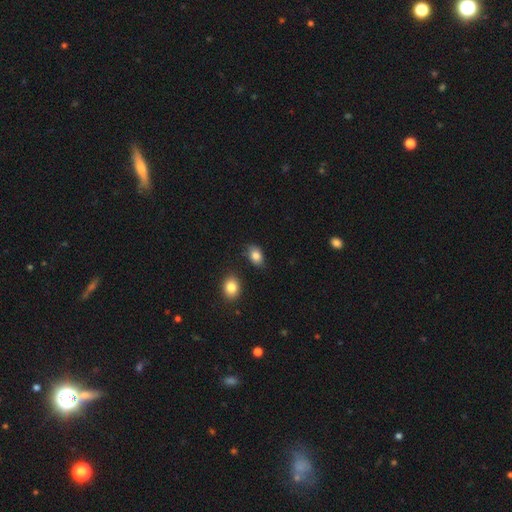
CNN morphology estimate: Q: Smooth or featured?
A: smooth (84%); runner-up: star or artifact (9%)
Q: How rounded?
A: in between (83%); runner-up: round (16%)
Q: Merging?
A: none (78%); runner-up: minor disturbance (15%)